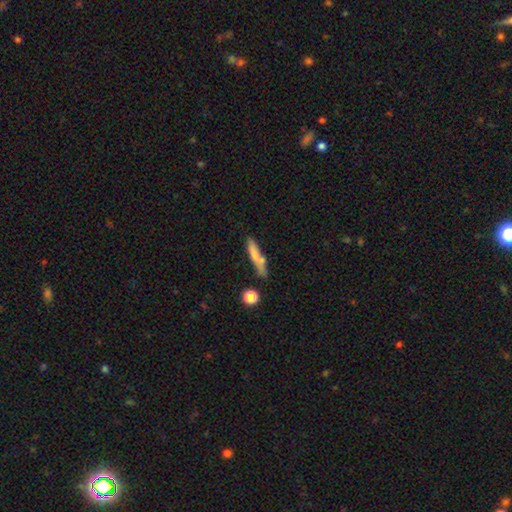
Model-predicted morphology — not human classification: A smooth galaxy with no disk features (68%) that is cigar-shaped (86%). Merging: none (65%).